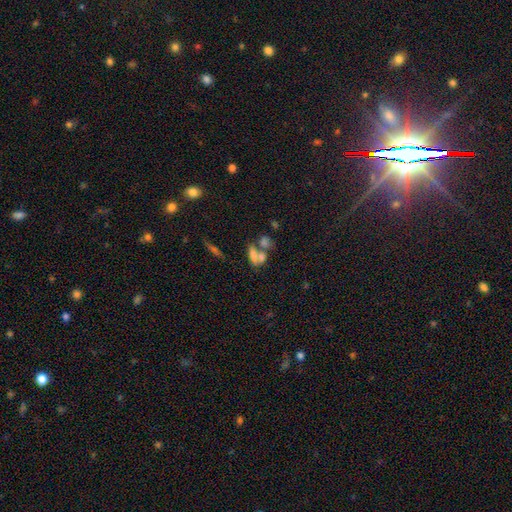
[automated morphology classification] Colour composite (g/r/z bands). It shows a smooth galaxy with no disk features (62%) that is in between round and cigar-shaped (72%). Merging: merger (57%).